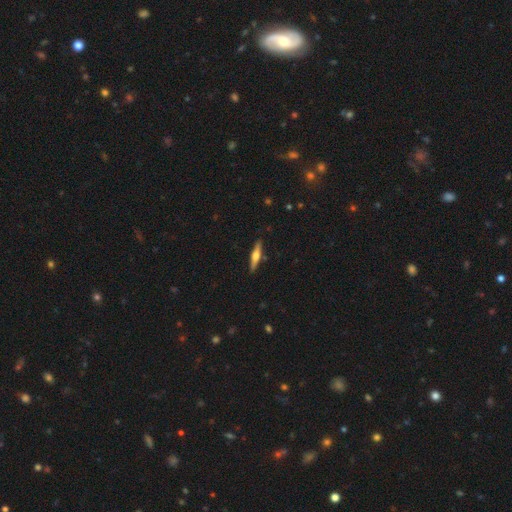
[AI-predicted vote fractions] smooth-or-featured: featured or disk: 54% | smooth: 40% | star or artifact: 6%
  disk-edge-on: yes: 96% | no: 4%
    edge-on-bulge: rounded: 85% | boxy: 10% | none: 6%
  merging: none: 88% | minor disturbance: 8% | major disturbance: 2% | merger: 2%